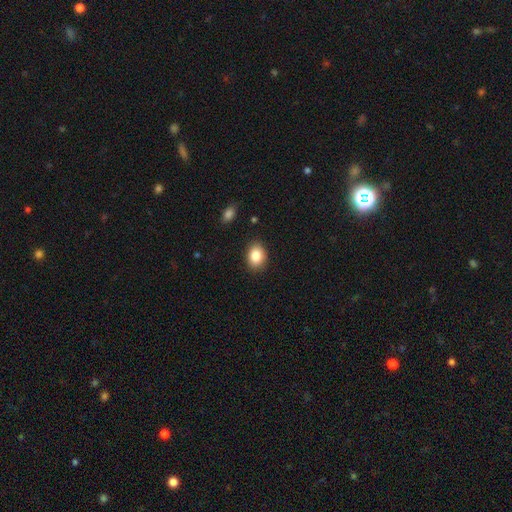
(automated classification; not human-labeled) Smooth or featured?
  - smooth: 85% *
  - star or artifact: 8%
  - featured or disk: 7%
How rounded?
  - in between: 66% *
  - round: 33%
  - cigar-shaped: 1%
Merging?
  - none: 87% *
  - minor disturbance: 9%
  - major disturbance: 2%
  - merger: 1%